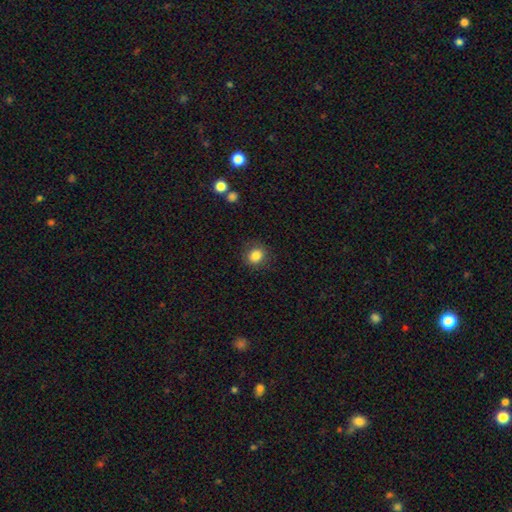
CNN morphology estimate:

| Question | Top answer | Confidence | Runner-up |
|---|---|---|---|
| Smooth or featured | smooth | 85% | star or artifact (10%) |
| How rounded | round | 76% | in between (23%) |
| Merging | none | 85% | minor disturbance (10%) |